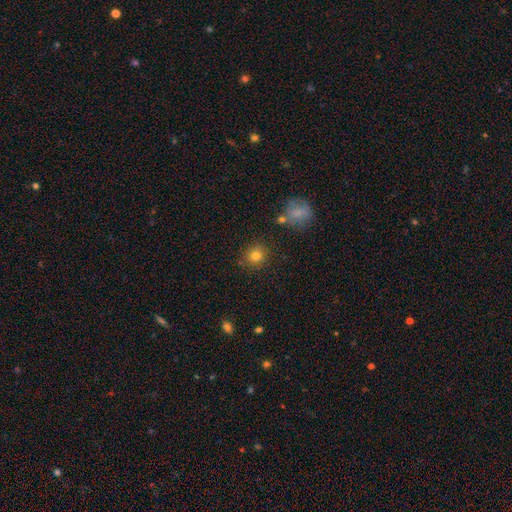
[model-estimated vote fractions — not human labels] A smooth galaxy with no disk features (80%) that is round (87%). Merging: none (85%).